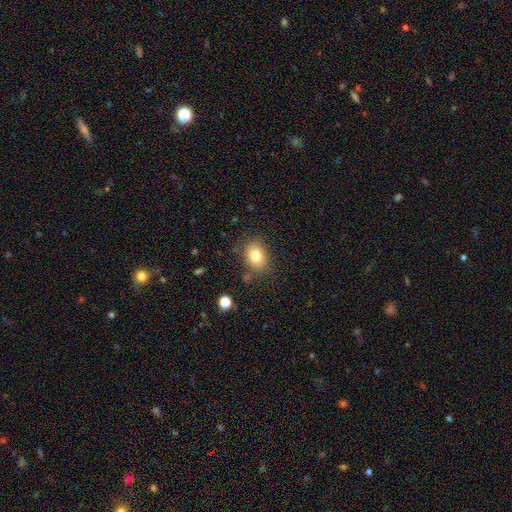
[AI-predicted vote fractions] Smooth or featured?
  - smooth: 80% *
  - star or artifact: 10%
  - featured or disk: 10%
How rounded?
  - in between: 64% *
  - round: 35%
  - cigar-shaped: 1%
Merging?
  - none: 79% *
  - minor disturbance: 14%
  - major disturbance: 4%
  - merger: 3%